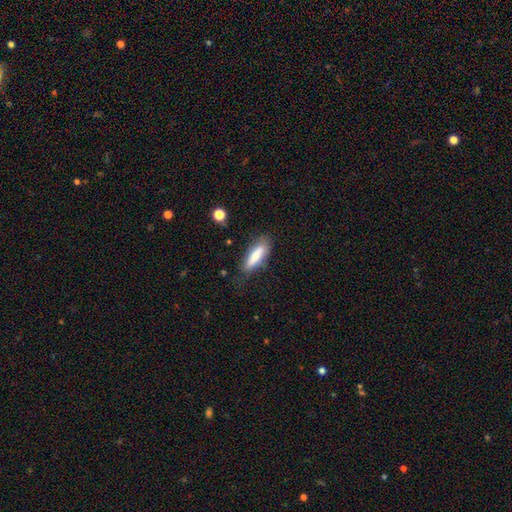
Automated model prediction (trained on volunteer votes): Q: Smooth or featured?
A: smooth (74%); runner-up: featured or disk (19%)
Q: How rounded?
A: cigar-shaped (53%); runner-up: in between (45%)
Q: Merging?
A: none (73%); runner-up: minor disturbance (20%)